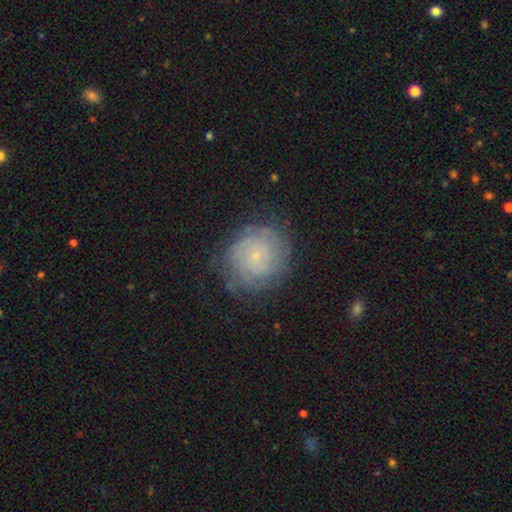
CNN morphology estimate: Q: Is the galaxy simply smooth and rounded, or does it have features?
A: featured or disk — 54%.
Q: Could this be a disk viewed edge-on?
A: no — 97%.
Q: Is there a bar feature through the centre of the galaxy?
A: no — 82%.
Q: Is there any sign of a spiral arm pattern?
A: yes — 82%.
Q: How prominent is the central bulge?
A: small — 85%.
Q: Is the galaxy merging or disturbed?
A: none — 76%.